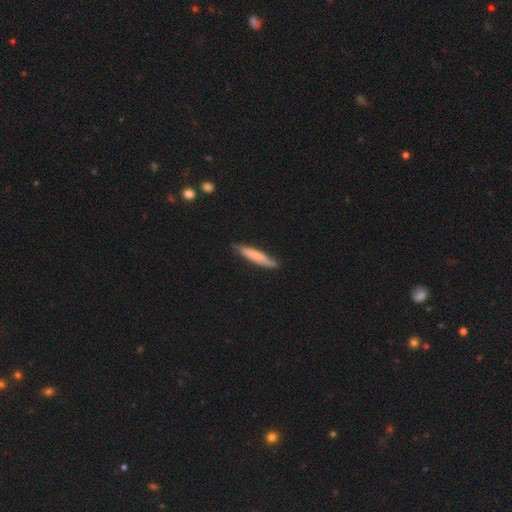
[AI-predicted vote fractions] smooth 67%, featured or disk 27%, star or artifact 5%. Down the decision tree: how rounded — cigar-shaped (88%); merging — none (78%).